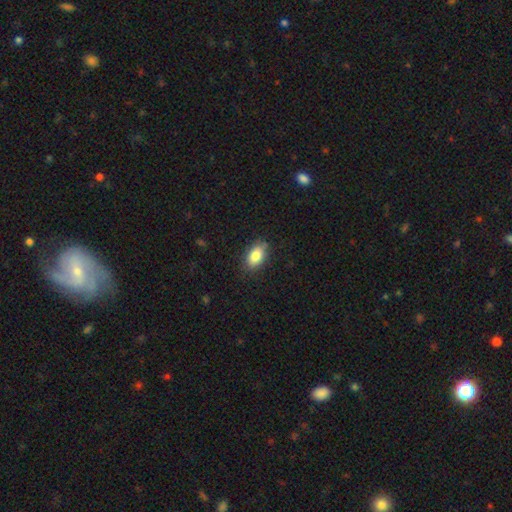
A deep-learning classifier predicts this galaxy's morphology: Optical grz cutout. It shows a smooth galaxy with no disk features (85%) that is in between round and cigar-shaped (90%). Merging: none (82%).